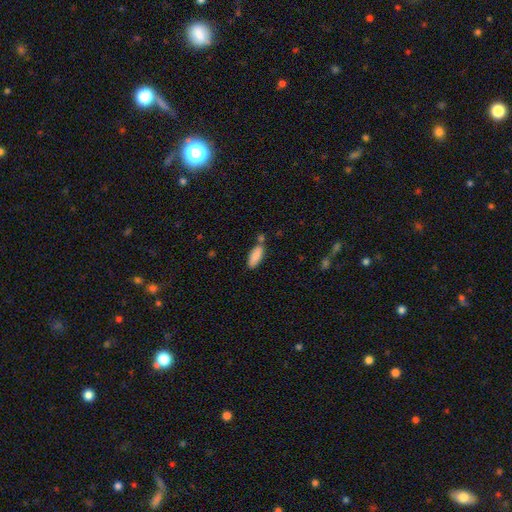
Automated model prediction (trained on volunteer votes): Smooth or featured? smooth (87%)
How rounded? in between (73%)
Merging? none (65%)